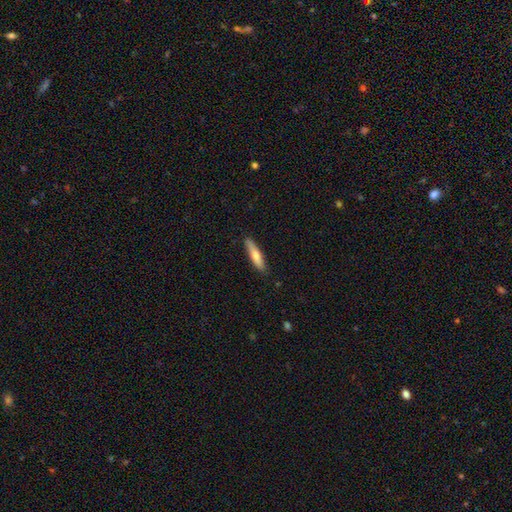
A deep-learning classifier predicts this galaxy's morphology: Overall: smooth (69%). How rounded: cigar-shaped (83%). Merging: none (86%).